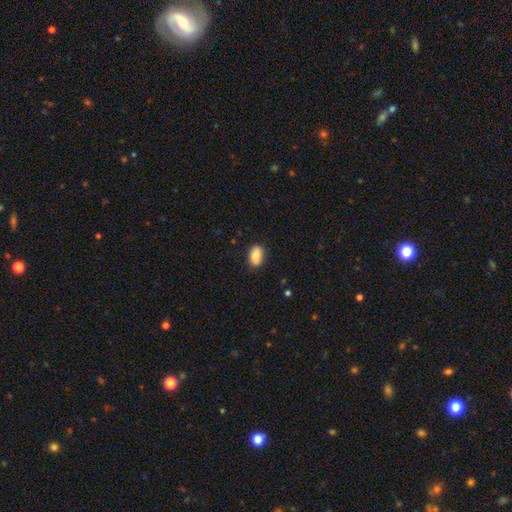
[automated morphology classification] This appears to be a smooth galaxy with no disk features (85%) that is in between round and cigar-shaped (90%). Merging: none (84%).